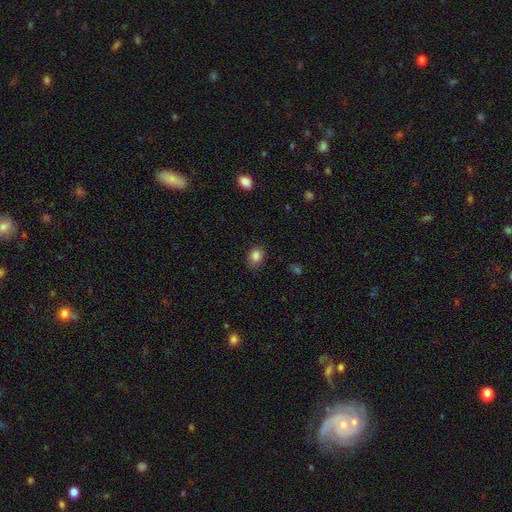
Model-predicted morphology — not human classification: Smooth or featured? smooth (86%)
How rounded? in between (62%)
Merging? none (81%)